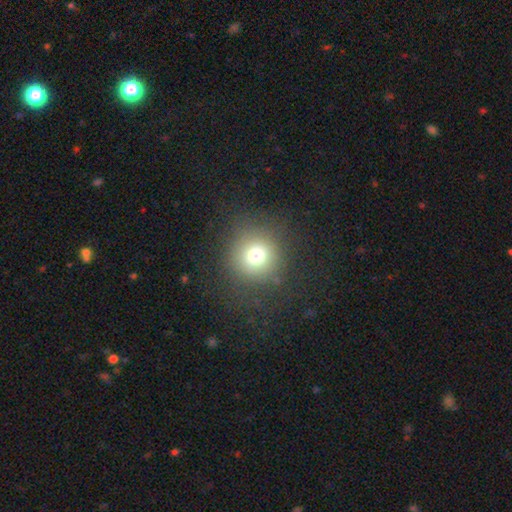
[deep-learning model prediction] Smooth or featured: smooth — 73% (star or artifact — 17%)
How rounded: round — 93% (in between — 6%)
Merging: none — 83% (minor disturbance — 9%)